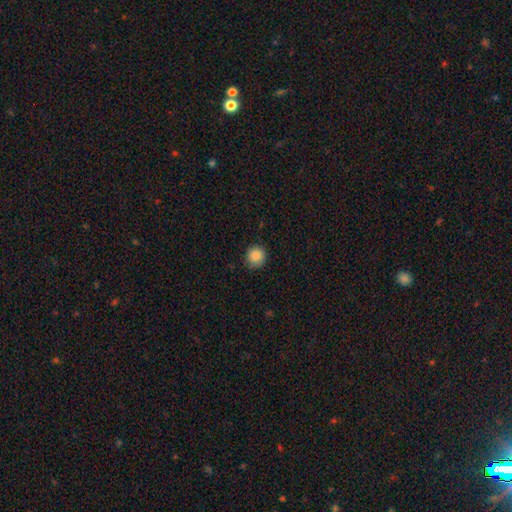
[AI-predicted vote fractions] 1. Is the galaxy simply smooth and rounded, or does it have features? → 87% smooth, 9% star or artifact, 3% featured or disk.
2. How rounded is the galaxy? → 92% round, 7% in between, 1% cigar-shaped.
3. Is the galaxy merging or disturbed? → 86% none, 11% minor disturbance, 2% major disturbance, 1% merger.